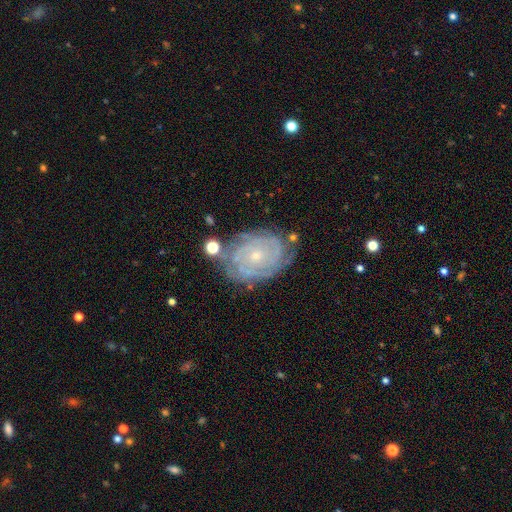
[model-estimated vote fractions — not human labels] A featured or disk galaxy (85%) with no bar (78%), tight (82%) spiral arms (97%) and a small central bulge (76%).

Vote fractions:
- Smooth or featured? featured or disk: 85% / smooth: 8% / star or artifact: 7%
- Edge-on disk? no: 97% / yes: 3%
- Bar? no: 78% / weak: 17% / strong: 5%
- Spiral arms? yes: 97% / no: 3%
- Spiral winding? tight: 82% / medium: 15% / loose: 3%
- Spiral arm count? can't tell: 26% / 2: 24% / 3: 22% / 4: 16% / more than 4: 7% / 1: 6%
- Bulge size? small: 76% / moderate: 21% / none: 2% / large: 1% / dominant: 1%
- Merging? none: 74% / minor disturbance: 17% / major disturbance: 5% / merger: 3%